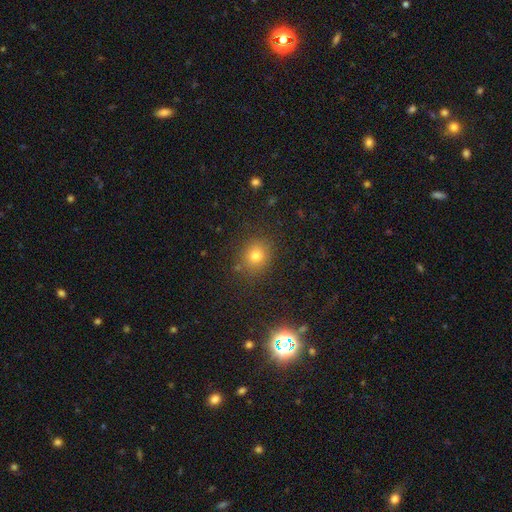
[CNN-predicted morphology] Q: Smooth or featured?
A: smooth (73%); runner-up: star or artifact (18%)
Q: How rounded?
A: round (77%); runner-up: in between (22%)
Q: Merging?
A: none (84%); runner-up: minor disturbance (10%)